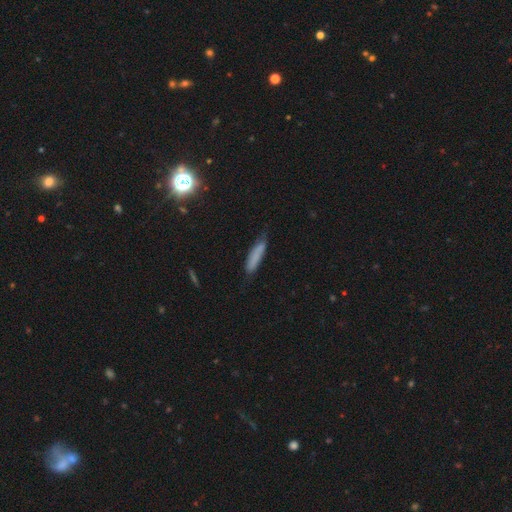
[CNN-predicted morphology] The model was most divided on "merging": none: 68%, minor disturbance: 25%, major disturbance: 5%, merger: 2%. More confident: how rounded — cigar-shaped (83%); smooth or featured — smooth (76%).